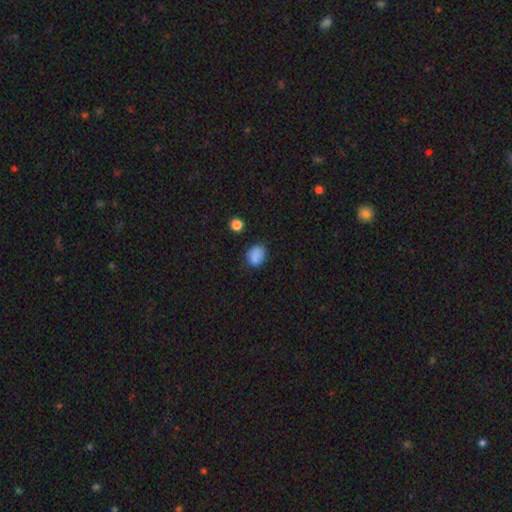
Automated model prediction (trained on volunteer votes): Overall: smooth (84%). How rounded: in between (53%; round 46%). Merging: none (75%).